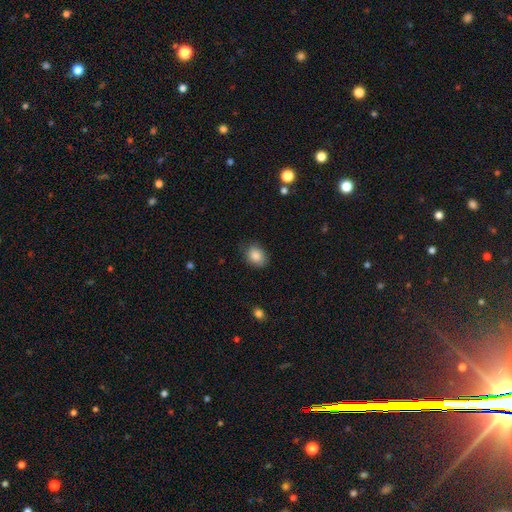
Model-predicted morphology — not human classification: type=smooth (87%); roundness=in between (65%); merging=none (78%).